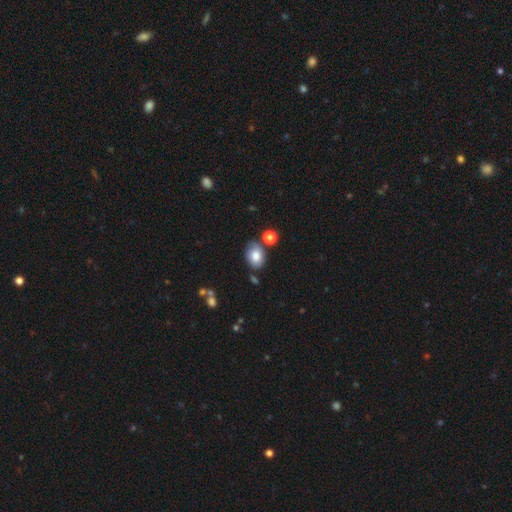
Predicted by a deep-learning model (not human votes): smooth_or_featured: smooth (p=0.76) [alt: featured or disk p=0.15]
how_rounded: in between (p=0.69) [alt: round p=0.30]
merging: none (p=0.68) [alt: minor disturbance p=0.19]